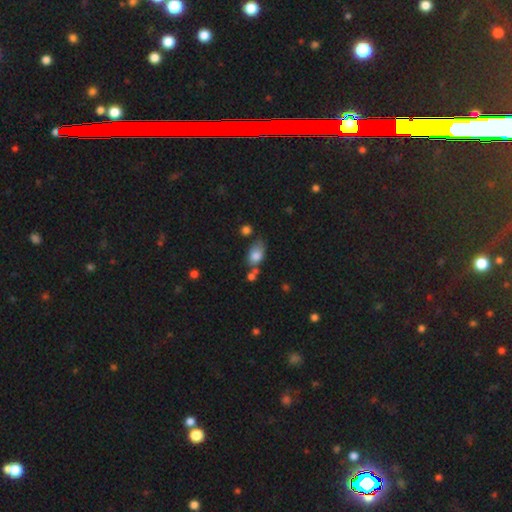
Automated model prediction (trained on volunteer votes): The model was most divided on "merging": none: 50%, minor disturbance: 26%, merger: 15%, major disturbance: 8%. More confident: how rounded — in between (83%); smooth or featured — smooth (81%).